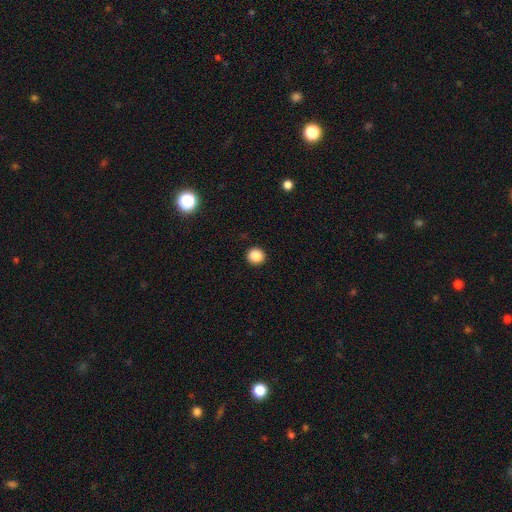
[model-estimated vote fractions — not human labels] This appears to be a smooth galaxy with no disk features (88%) that is round (92%). Merging: none (92%).